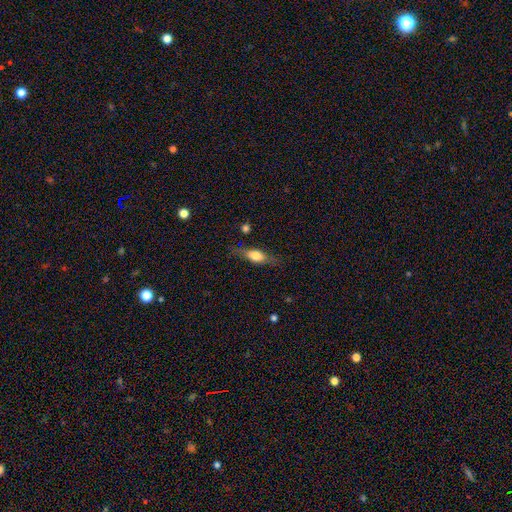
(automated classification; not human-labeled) Overall: smooth (54%; featured or disk 38%). How rounded: in between (57%; cigar-shaped 36%). Merging: none (73%).